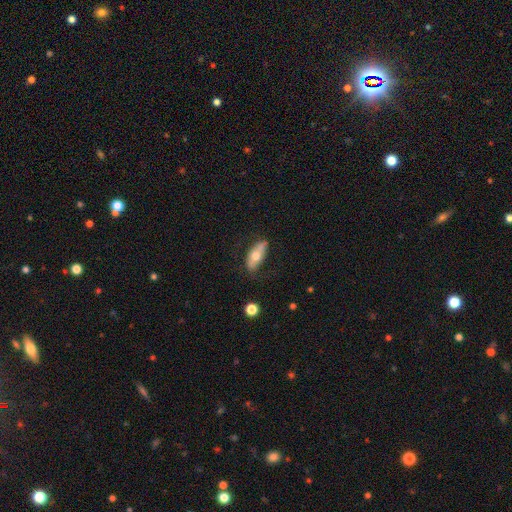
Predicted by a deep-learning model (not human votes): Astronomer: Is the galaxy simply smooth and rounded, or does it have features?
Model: smooth — 58% (runner-up: featured or disk, 36%).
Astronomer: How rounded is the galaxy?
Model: in between — 83%.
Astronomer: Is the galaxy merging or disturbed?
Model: none — 65%.